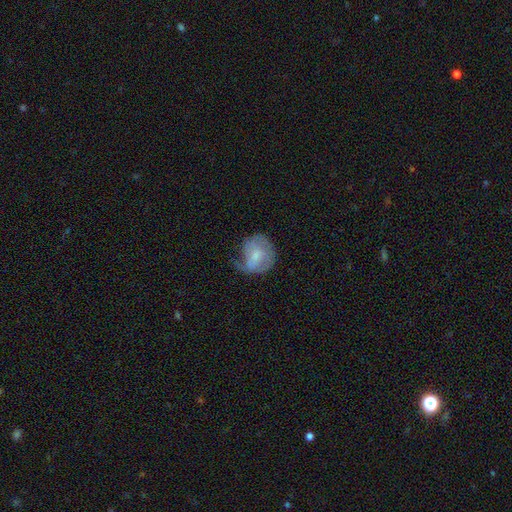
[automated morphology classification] Smooth or featured?
  - smooth: 50% *
  - featured or disk: 42%
  - star or artifact: 8%
How rounded?
  - round: 65% *
  - in between: 34%
  - cigar-shaped: 1%
Merging?
  - none: 35% *
  - minor disturbance: 34%
  - major disturbance: 28%
  - merger: 2%